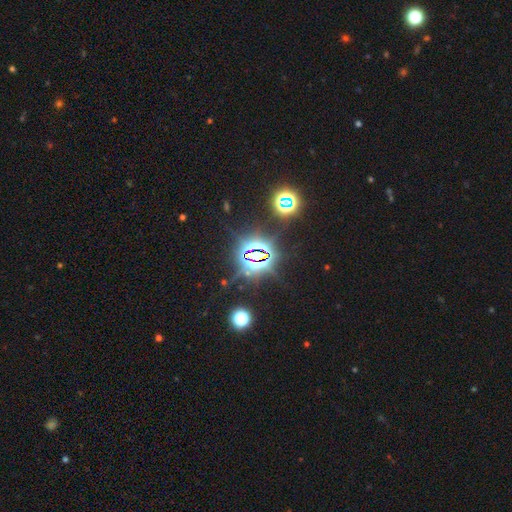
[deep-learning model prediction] Smooth or featured? Predicted: star or artifact (p=0.83).